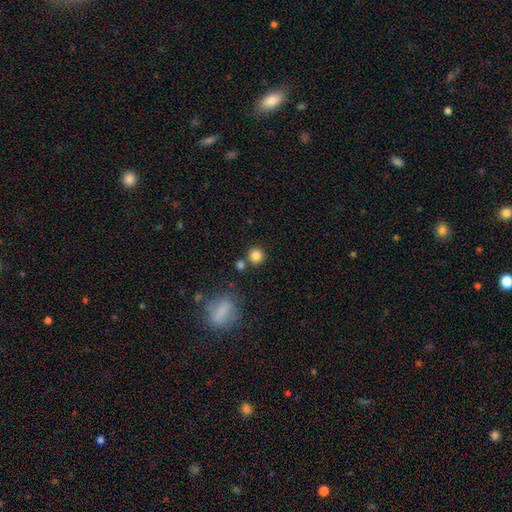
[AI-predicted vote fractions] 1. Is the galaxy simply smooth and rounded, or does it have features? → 83% smooth, 12% star or artifact, 5% featured or disk.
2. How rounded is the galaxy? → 92% round, 7% in between, 1% cigar-shaped.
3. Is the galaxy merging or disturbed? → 77% none, 12% merger, 8% minor disturbance, 3% major disturbance.